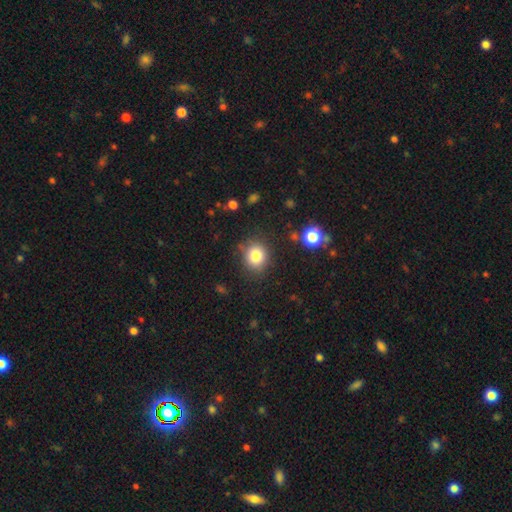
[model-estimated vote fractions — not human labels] Smooth or featured: smooth — 82% (star or artifact — 12%)
How rounded: round — 79% (in between — 20%)
Merging: none — 83% (minor disturbance — 11%)